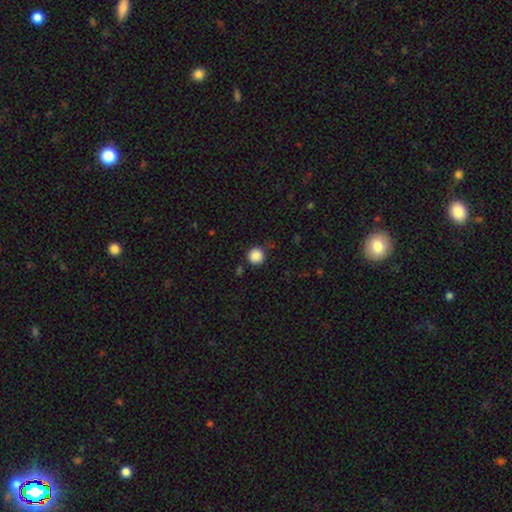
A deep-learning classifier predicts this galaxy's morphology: Smooth or featured: smooth — 87% (star or artifact — 10%)
How rounded: round — 95% (in between — 4%)
Merging: none — 84% (minor disturbance — 10%)